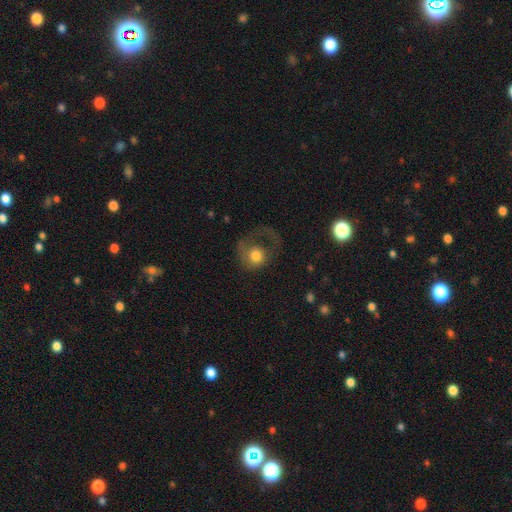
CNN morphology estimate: smooth 60%, featured or disk 31%, star or artifact 9%. Down the decision tree: how rounded — round (75%); merging — major disturbance (55%).